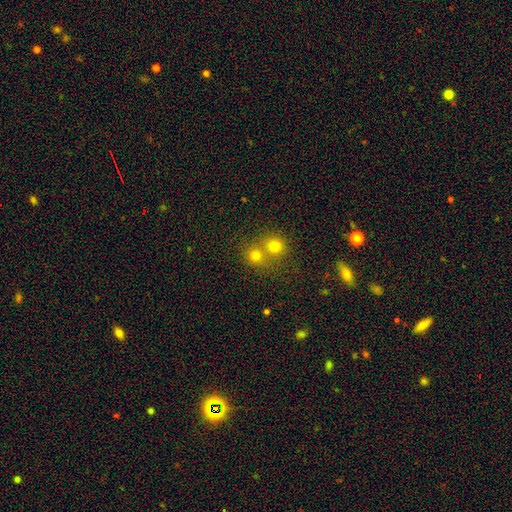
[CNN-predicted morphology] smooth_or_featured: smooth (p=0.75) [alt: star or artifact p=0.16]
how_rounded: round (p=0.86) [alt: in between p=0.13]
merging: none (p=0.47) [alt: merger p=0.46]